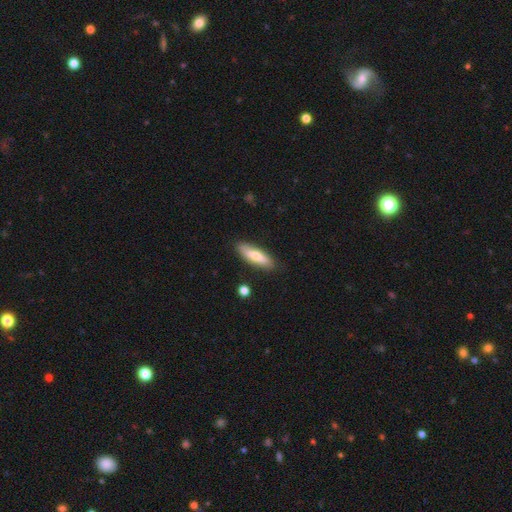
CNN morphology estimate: smooth-or-featured: smooth: 64% | featured or disk: 30% | star or artifact: 6%
  how-rounded: cigar-shaped: 59% | in between: 39% | round: 2%
  merging: none: 84% | minor disturbance: 12% | major disturbance: 2% | merger: 2%